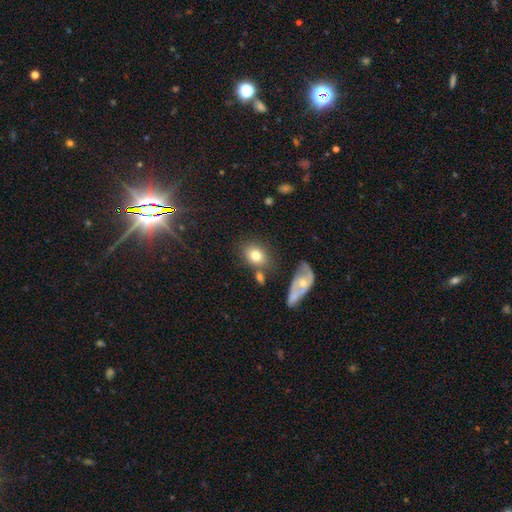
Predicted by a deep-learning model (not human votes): This appears to be a smooth galaxy with no disk features (76%) that is in between round and cigar-shaped (64%). Merging: none (65%).